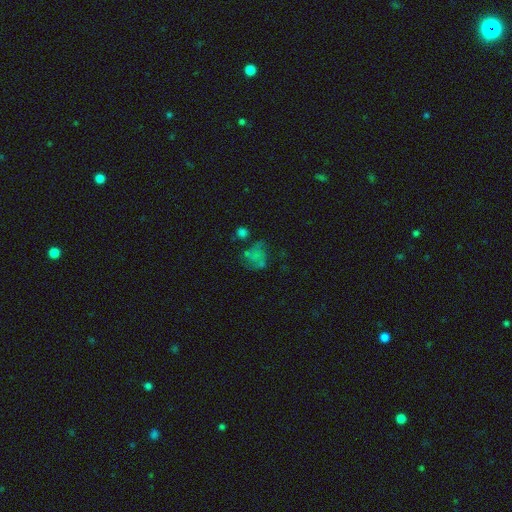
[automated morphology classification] smooth_or_featured: smooth (p=0.45) [alt: featured or disk p=0.34]
merging: none (p=0.36) [alt: major disturbance p=0.32]